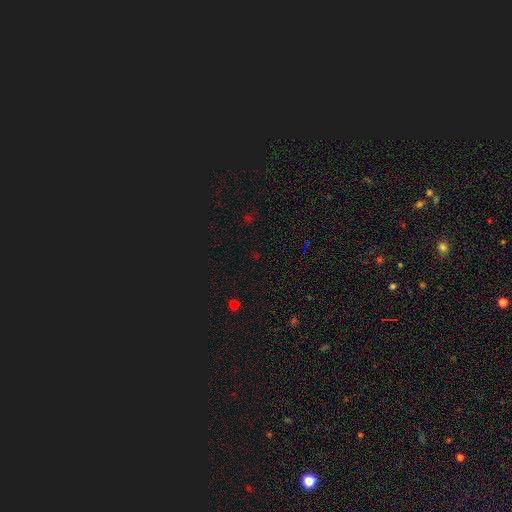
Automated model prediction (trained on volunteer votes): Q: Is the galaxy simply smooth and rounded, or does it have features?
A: star or artifact — 68%.